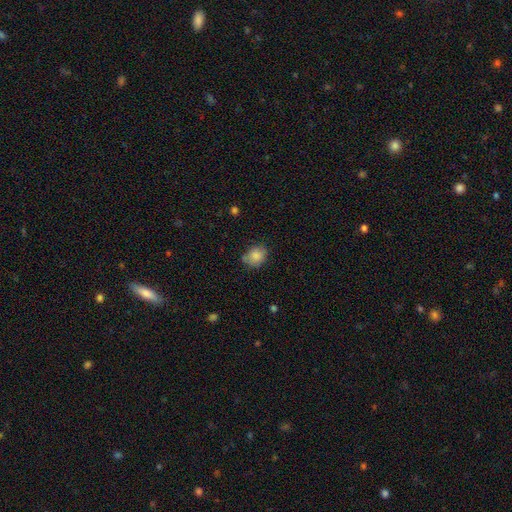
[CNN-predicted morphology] type=smooth (84%); roundness=round (51%); merging=none (64%).